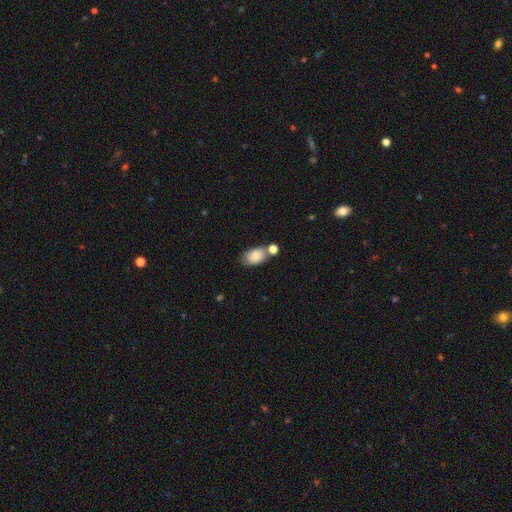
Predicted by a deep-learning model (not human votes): A smooth galaxy with no disk features (79%) that is in between round and cigar-shaped (88%).

Vote fractions:
- Smooth or featured? smooth: 79% / featured or disk: 13% / star or artifact: 8%
- How rounded? in between: 88% / round: 10% / cigar-shaped: 2%
- Merging? none: 48% / merger: 27% / minor disturbance: 19% / major disturbance: 6%